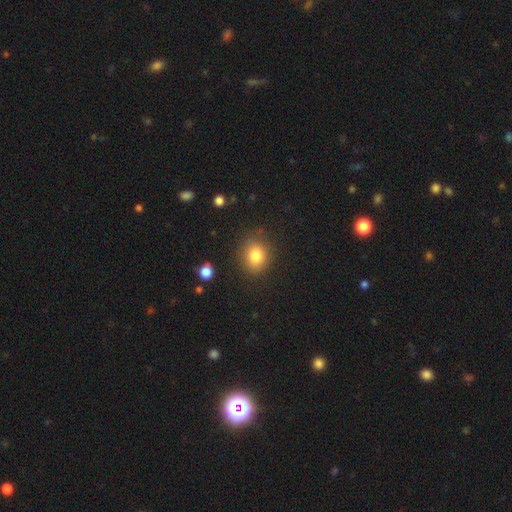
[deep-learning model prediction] Smooth or featured?
  - smooth: 82% *
  - star or artifact: 11%
  - featured or disk: 7%
How rounded?
  - round: 63% *
  - in between: 36%
  - cigar-shaped: 1%
Merging?
  - none: 84% *
  - minor disturbance: 11%
  - major disturbance: 3%
  - merger: 2%